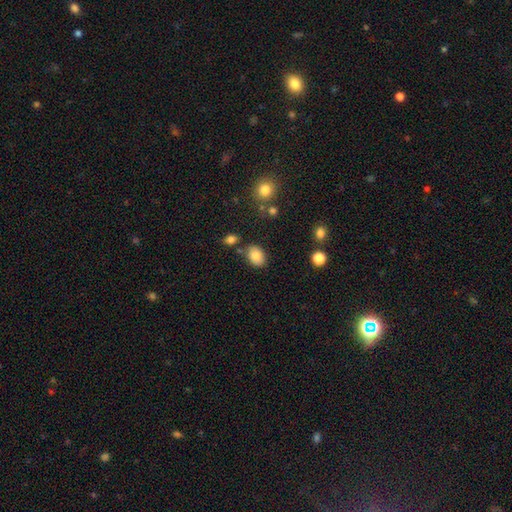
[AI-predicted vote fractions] Q: Smooth or featured?
A: smooth (85%); runner-up: star or artifact (8%)
Q: How rounded?
A: in between (76%); runner-up: round (22%)
Q: Merging?
A: none (78%); runner-up: minor disturbance (13%)